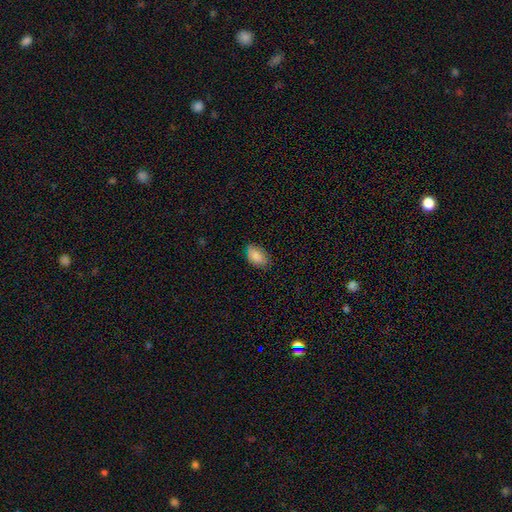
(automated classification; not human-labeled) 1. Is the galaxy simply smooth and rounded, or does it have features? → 86% smooth, 8% star or artifact, 7% featured or disk.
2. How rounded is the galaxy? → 90% in between, 8% round, 1% cigar-shaped.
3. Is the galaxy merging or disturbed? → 79% none, 17% minor disturbance, 3% major disturbance, 1% merger.